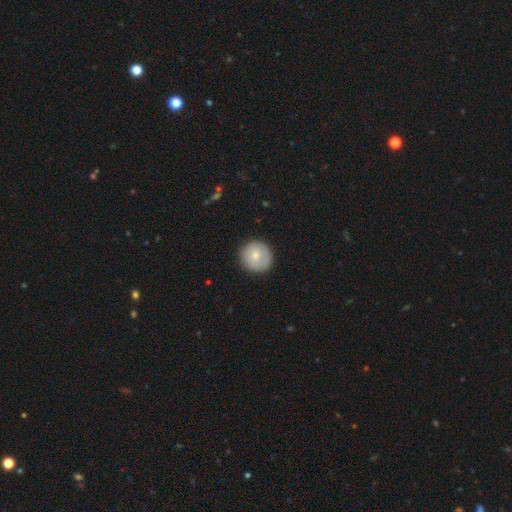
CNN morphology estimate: Q: Smooth or featured?
A: smooth (72%); runner-up: featured or disk (21%)
Q: How rounded?
A: round (94%); runner-up: in between (5%)
Q: Merging?
A: none (84%); runner-up: minor disturbance (12%)